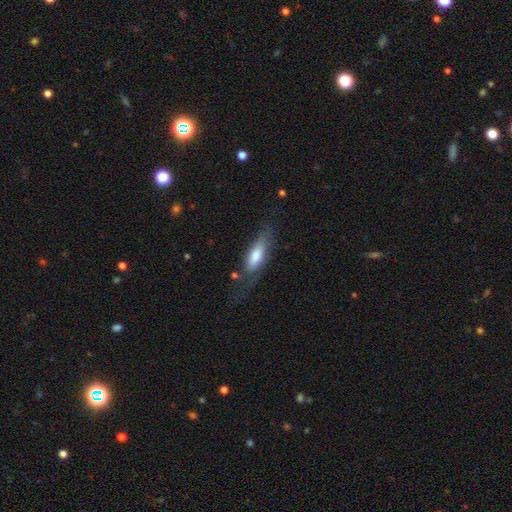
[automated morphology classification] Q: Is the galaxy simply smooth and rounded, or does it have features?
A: smooth — 65%.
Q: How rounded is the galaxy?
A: in between — 62%.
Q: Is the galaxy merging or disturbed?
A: none — 49%.